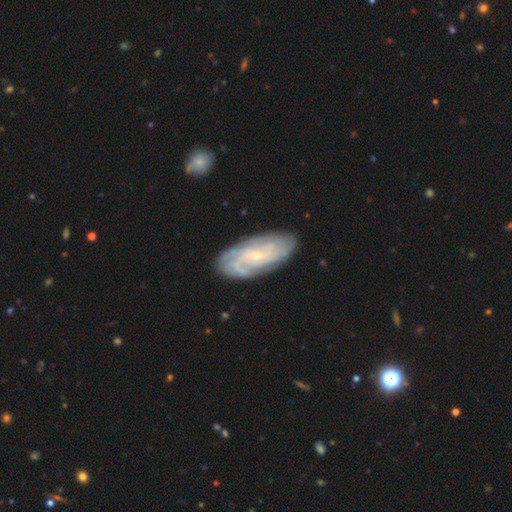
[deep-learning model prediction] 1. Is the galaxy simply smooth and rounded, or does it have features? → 77% featured or disk, 17% smooth, 6% star or artifact.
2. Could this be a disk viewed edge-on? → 93% no, 7% yes.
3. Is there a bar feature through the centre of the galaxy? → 72% no, 24% weak, 5% strong.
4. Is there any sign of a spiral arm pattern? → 93% yes, 7% no.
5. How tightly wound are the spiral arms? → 66% tight, 26% medium, 8% loose.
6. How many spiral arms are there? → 44% can't tell, 17% 4, 12% 3, 12% 2, 9% more than 4, 6% 1.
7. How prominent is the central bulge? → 83% small, 13% moderate, 2% none, 1% large, 1% dominant.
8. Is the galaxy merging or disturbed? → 82% none, 13% minor disturbance, 3% major disturbance, 2% merger.